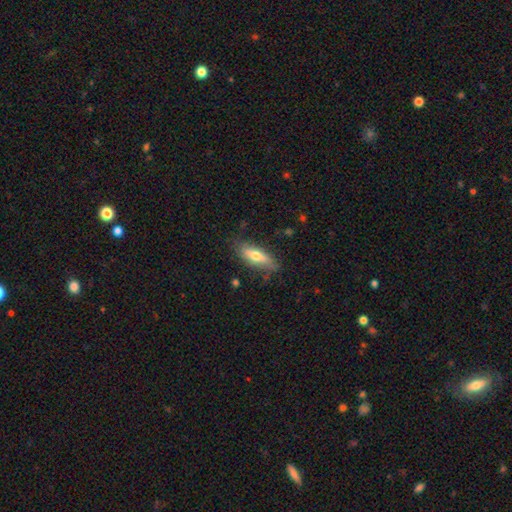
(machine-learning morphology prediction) type=smooth (57%); roundness=in between (55%); merging=none (74%).